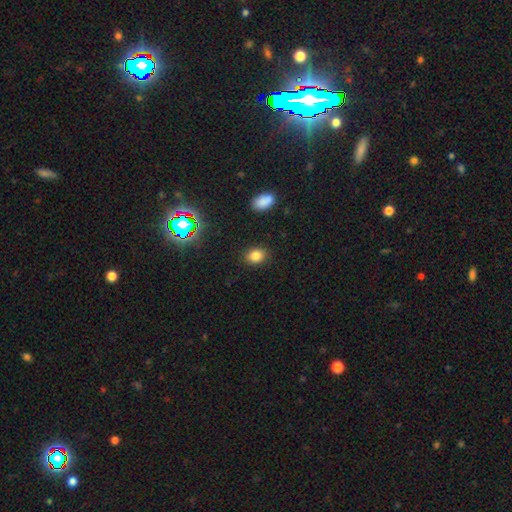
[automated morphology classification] A smooth galaxy with no disk features (81%) that is in between round and cigar-shaped (55%).

Vote fractions:
- Smooth or featured? smooth: 81% / star or artifact: 14% / featured or disk: 5%
- How rounded? in between: 55% / round: 44% / cigar-shaped: 1%
- Merging? none: 87% / minor disturbance: 9% / major disturbance: 3% / merger: 1%